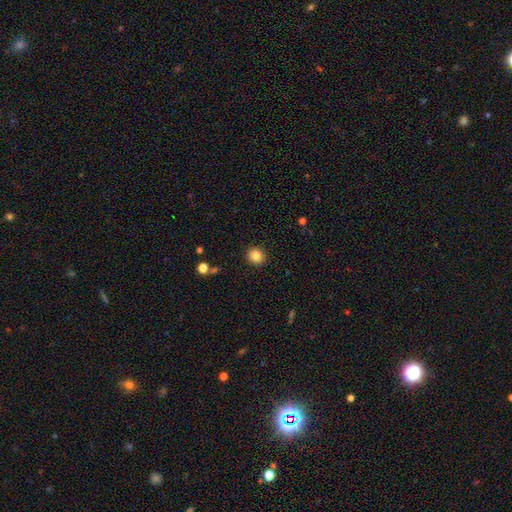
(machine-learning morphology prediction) A smooth galaxy with no disk features (86%) that is round (83%).

Vote fractions:
- Smooth or featured? smooth: 86% / star or artifact: 10% / featured or disk: 4%
- How rounded? round: 83% / in between: 16% / cigar-shaped: 1%
- Merging? none: 90% / minor disturbance: 6% / major disturbance: 2% / merger: 1%